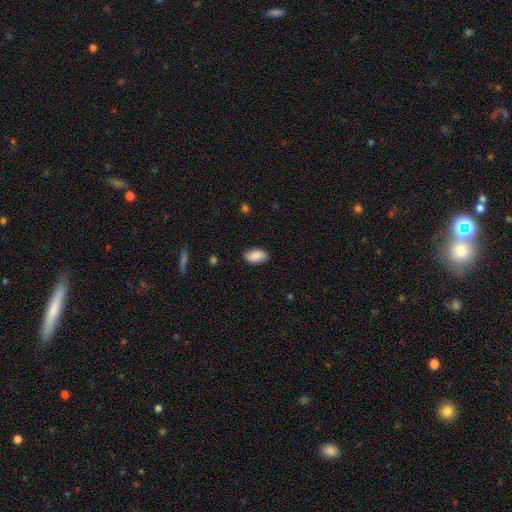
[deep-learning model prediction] Smooth or featured?
  - smooth: 88% *
  - star or artifact: 6%
  - featured or disk: 6%
How rounded?
  - in between: 94% *
  - round: 4%
  - cigar-shaped: 2%
Merging?
  - none: 86% *
  - minor disturbance: 11%
  - major disturbance: 2%
  - merger: 1%